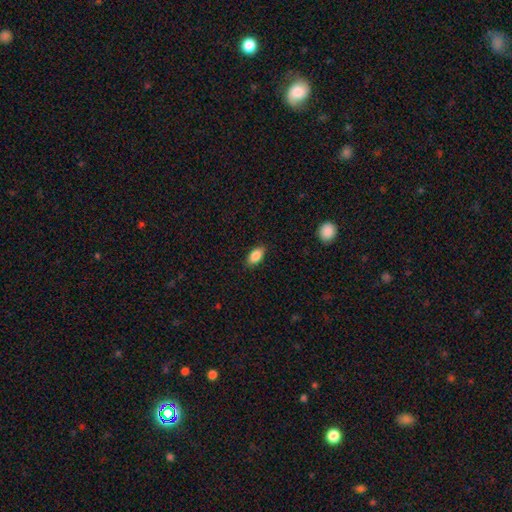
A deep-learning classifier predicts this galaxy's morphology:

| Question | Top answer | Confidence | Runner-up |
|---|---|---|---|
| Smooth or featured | smooth | 85% | featured or disk (7%) |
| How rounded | in between | 90% | round (5%) |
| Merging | none | 87% | minor disturbance (10%) |